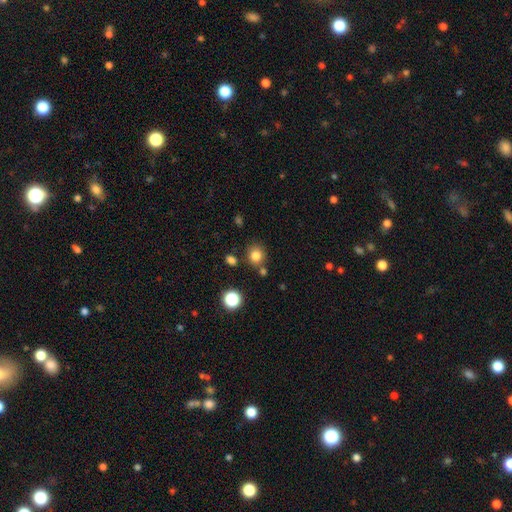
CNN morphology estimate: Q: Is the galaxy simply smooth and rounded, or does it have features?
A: smooth — 80%.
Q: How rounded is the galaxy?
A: round — 84%.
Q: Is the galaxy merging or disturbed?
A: none — 76%.